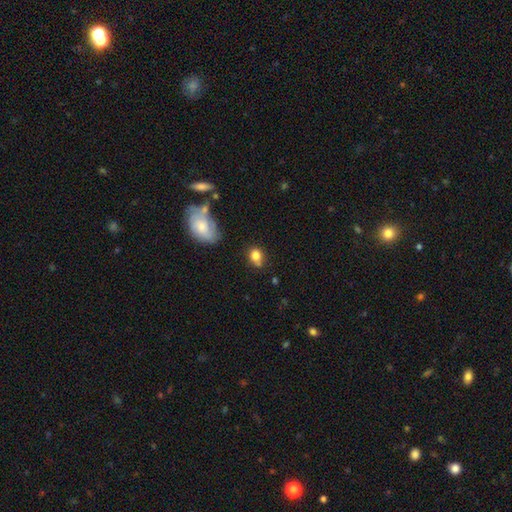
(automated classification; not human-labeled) smooth 80%, star or artifact 10%, featured or disk 9%. Down the decision tree: how rounded — round (56%); merging — none (55%).